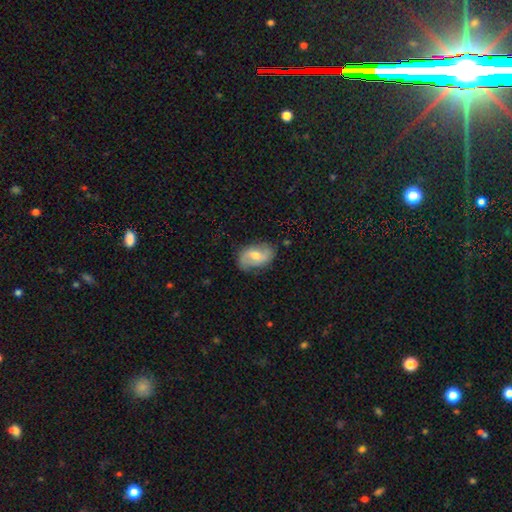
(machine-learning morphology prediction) Q: Smooth or featured?
A: featured or disk (62%); runner-up: smooth (32%)
Q: Edge-on disk?
A: no (96%); runner-up: yes (4%)
Q: Bar?
A: weak (47%); runner-up: no (38%)
Q: Spiral arms?
A: yes (85%); runner-up: no (15%)
Q: Spiral winding?
A: loose (49%); runner-up: medium (35%)
Q: Spiral arm count?
A: 2 (87%); runner-up: can't tell (7%)
Q: Bulge size?
A: moderate (65%); runner-up: small (28%)
Q: Merging?
A: none (77%); runner-up: minor disturbance (18%)